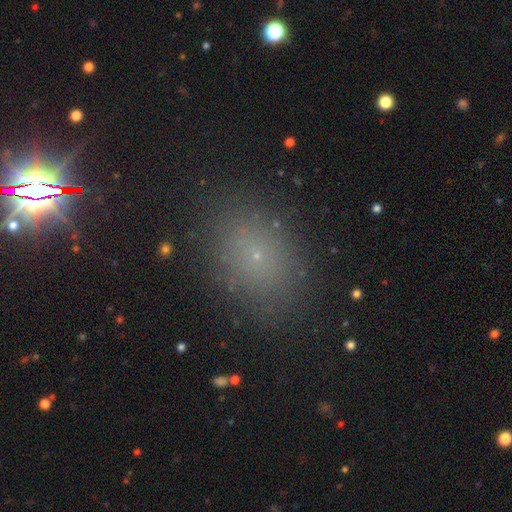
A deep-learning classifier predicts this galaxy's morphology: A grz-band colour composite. It shows a smooth galaxy with no disk features (58%) that is in between round and cigar-shaped (66%). Merging: none (85%).